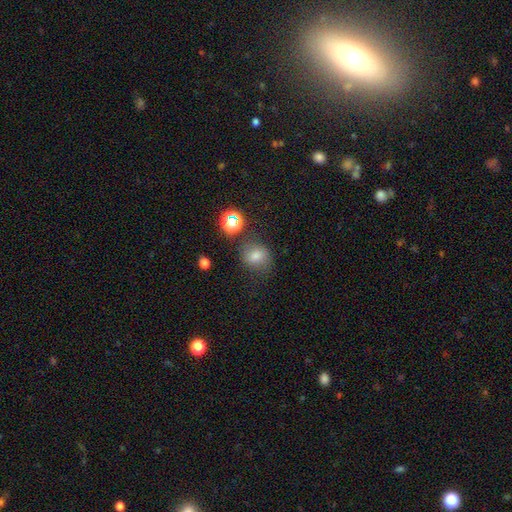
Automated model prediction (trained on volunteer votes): A smooth galaxy with no disk features (73%) that is round (68%). Merging: none (71%).